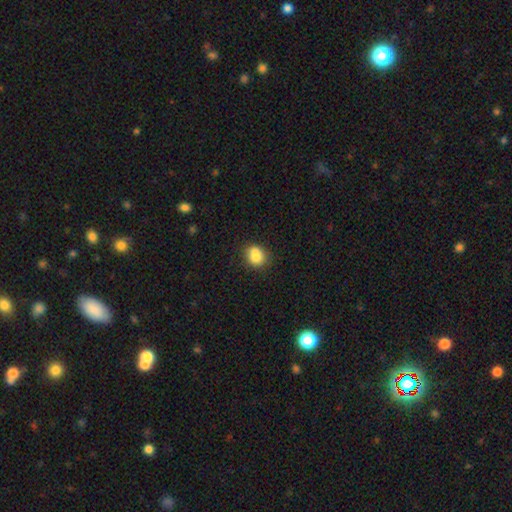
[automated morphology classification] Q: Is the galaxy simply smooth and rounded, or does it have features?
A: smooth — 82%.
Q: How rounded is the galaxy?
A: round — 63%.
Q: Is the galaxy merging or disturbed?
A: none — 63%.